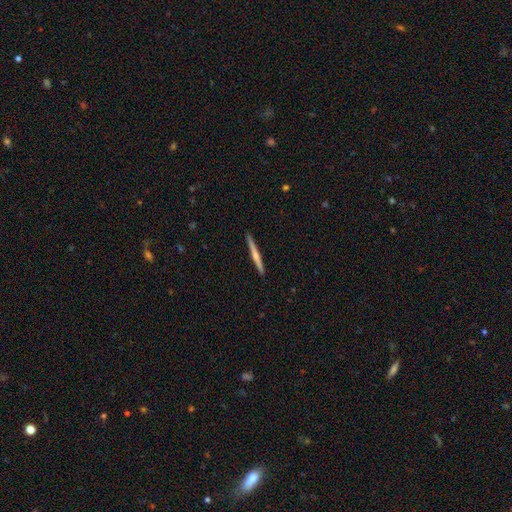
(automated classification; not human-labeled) A featured or disk galaxy (54%) viewed edge-on (98%) with a rounded central bulge (66%). Merging: none (92%).